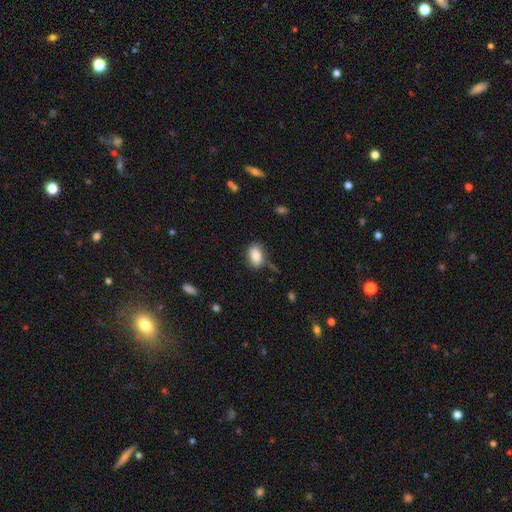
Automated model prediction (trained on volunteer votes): smooth_or_featured: smooth (p=0.84) [alt: featured or disk p=0.08]
how_rounded: in between (p=0.89) [alt: round p=0.09]
merging: none (p=0.75) [alt: minor disturbance p=0.17]